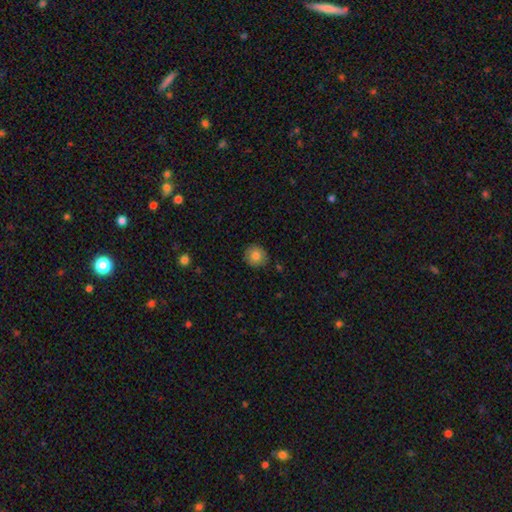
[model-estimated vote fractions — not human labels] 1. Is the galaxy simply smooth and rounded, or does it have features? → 82% smooth, 9% star or artifact, 9% featured or disk.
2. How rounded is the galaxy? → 90% round, 9% in between, 1% cigar-shaped.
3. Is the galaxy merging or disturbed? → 87% none, 9% minor disturbance, 2% major disturbance, 1% merger.